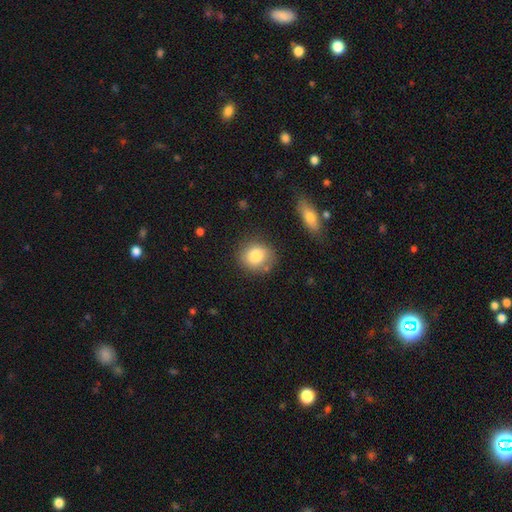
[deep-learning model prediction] Smooth or featured?
  - smooth: 83% *
  - featured or disk: 9%
  - star or artifact: 8%
How rounded?
  - round: 77% *
  - in between: 22%
  - cigar-shaped: 1%
Merging?
  - none: 78% *
  - minor disturbance: 13%
  - merger: 4%
  - major disturbance: 4%